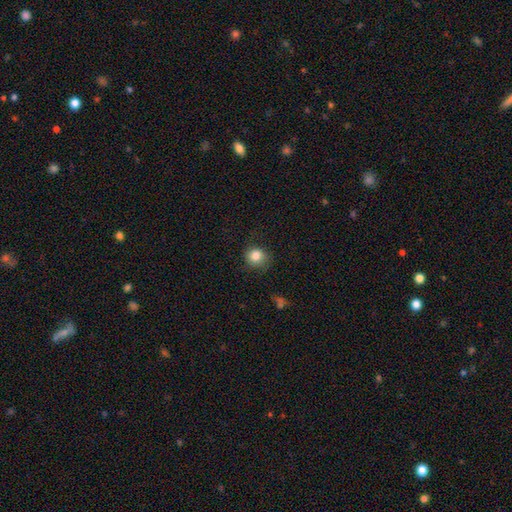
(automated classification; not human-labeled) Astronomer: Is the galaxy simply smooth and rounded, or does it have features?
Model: smooth — 83%.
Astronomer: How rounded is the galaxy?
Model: round — 85%.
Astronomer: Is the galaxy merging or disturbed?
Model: none — 76%.